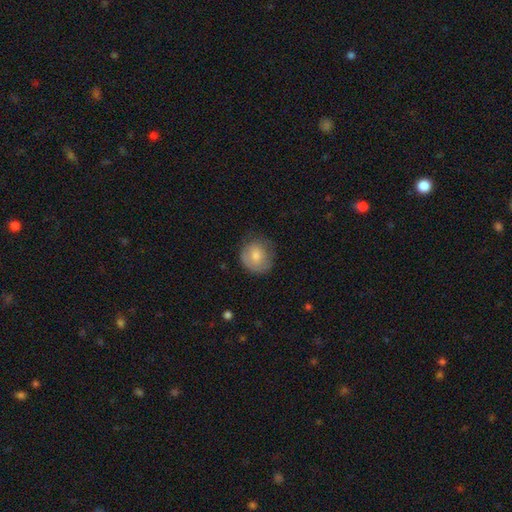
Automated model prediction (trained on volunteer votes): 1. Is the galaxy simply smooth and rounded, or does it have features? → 68% smooth, 24% featured or disk, 8% star or artifact.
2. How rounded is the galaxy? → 83% round, 16% in between, 1% cigar-shaped.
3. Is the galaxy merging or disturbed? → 69% none, 23% minor disturbance, 7% major disturbance, 1% merger.